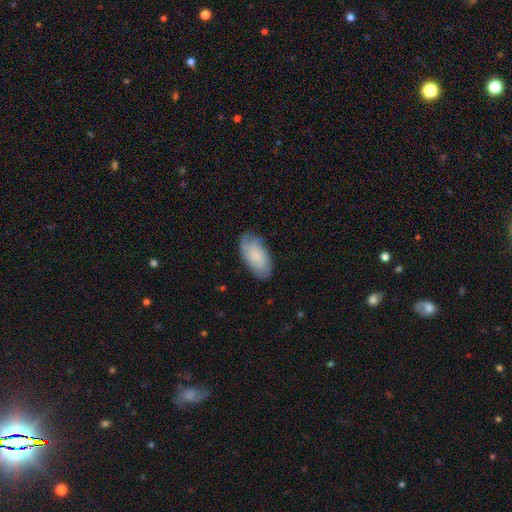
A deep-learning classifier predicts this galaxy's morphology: The model was most divided on "smooth or featured": smooth: 60%, featured or disk: 33%, star or artifact: 7%. More confident: how rounded — in between (93%); merging — none (73%).